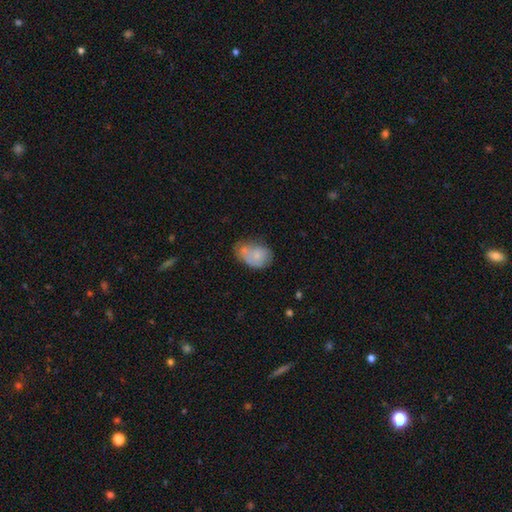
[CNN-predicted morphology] This is likely a smooth galaxy (68%). How rounded: likely in between (77%). Merging: marginally minor disturbance (33%).